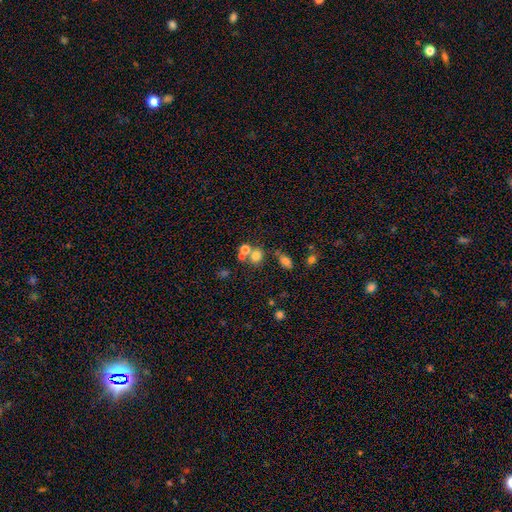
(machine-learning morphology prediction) smooth_or_featured: smooth (p=0.70) [alt: star or artifact p=0.16]
how_rounded: round (p=0.72) [alt: in between p=0.27]
merging: none (p=0.45) [alt: merger p=0.41]